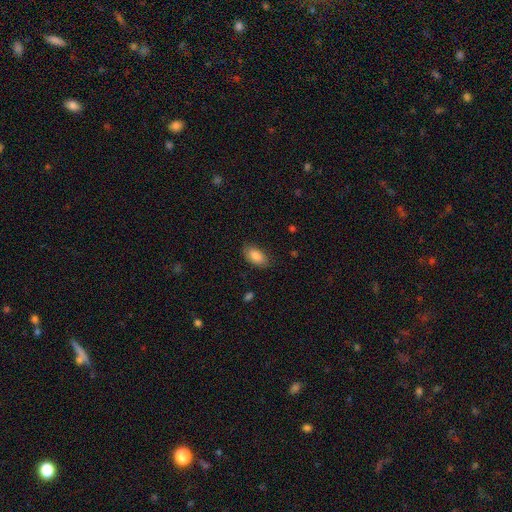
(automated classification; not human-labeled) This is clearly a smooth galaxy (86%). How rounded: clearly in between (93%). Merging: clearly none (83%).